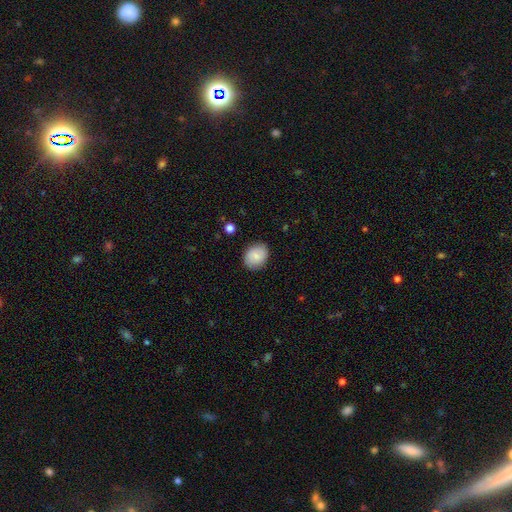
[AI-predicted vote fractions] Morphology: type=smooth (80%); roundness=in between (51%); merging=none (84%).